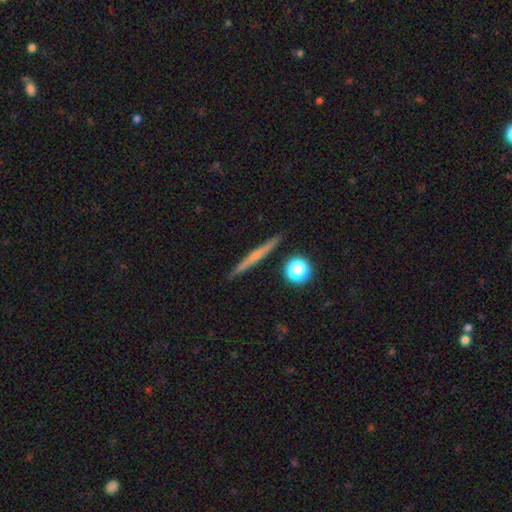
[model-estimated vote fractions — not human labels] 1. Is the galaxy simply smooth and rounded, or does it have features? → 50% featured or disk, 42% smooth, 8% star or artifact.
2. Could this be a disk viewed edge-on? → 96% yes, 4% no.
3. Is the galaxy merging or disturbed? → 90% none, 6% minor disturbance, 2% merger, 1% major disturbance.